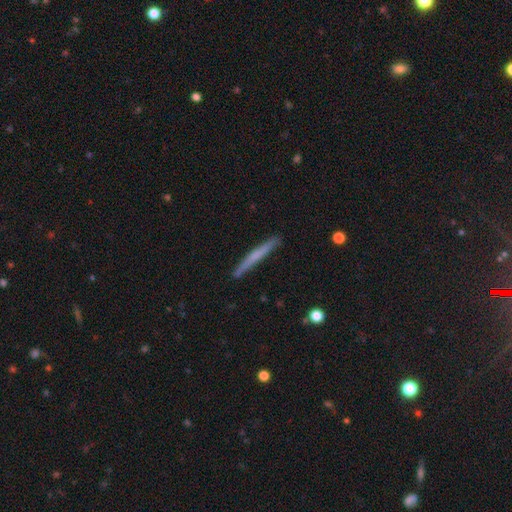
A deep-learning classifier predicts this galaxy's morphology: type=smooth (50%); roundness=cigar-shaped (97%); merging=none (89%).